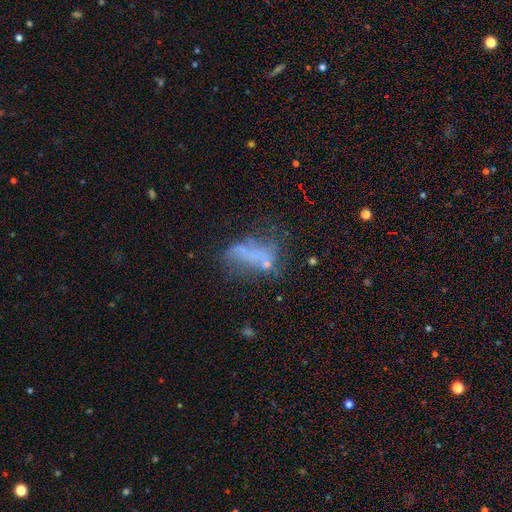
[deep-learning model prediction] smooth-or-featured: featured or disk: 44% | smooth: 38% | star or artifact: 18%
  merging: none: 32% | major disturbance: 31% | minor disturbance: 21% | merger: 16%